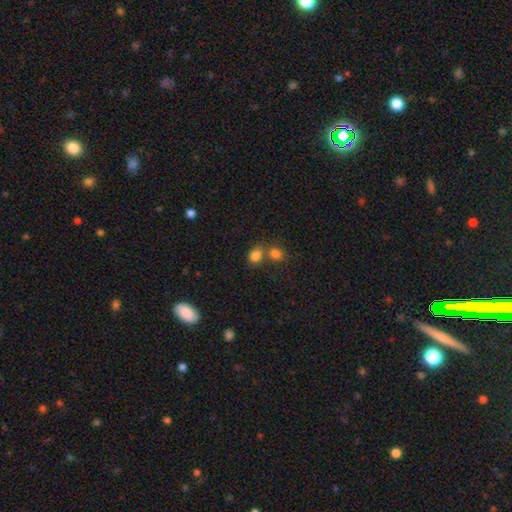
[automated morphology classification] Smooth or featured: smooth — 81% (star or artifact — 12%)
How rounded: round — 51% (in between — 48%)
Merging: none — 44% (merger — 43%)